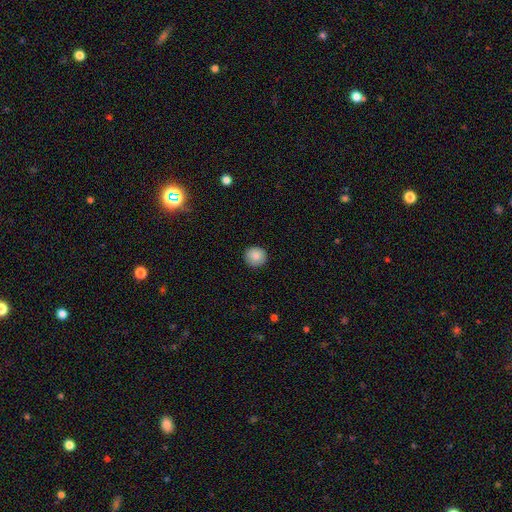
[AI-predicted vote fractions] The model was most divided on "smooth or featured": smooth: 87%, star or artifact: 8%, featured or disk: 4%. More confident: how rounded — round (93%); merging — none (92%).